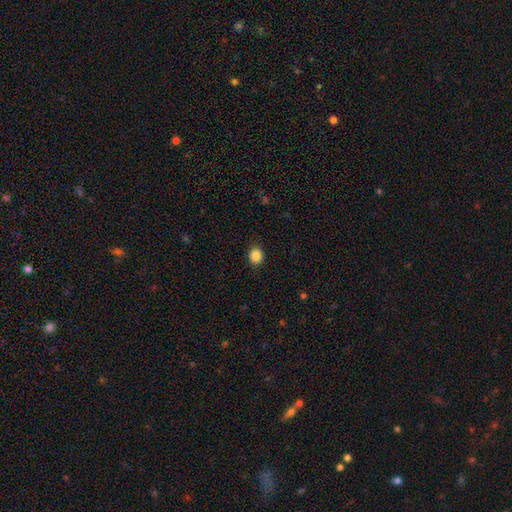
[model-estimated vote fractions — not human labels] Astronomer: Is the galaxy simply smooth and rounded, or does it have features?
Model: smooth — 87%.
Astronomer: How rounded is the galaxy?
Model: round — 72%.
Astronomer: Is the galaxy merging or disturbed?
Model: none — 90%.